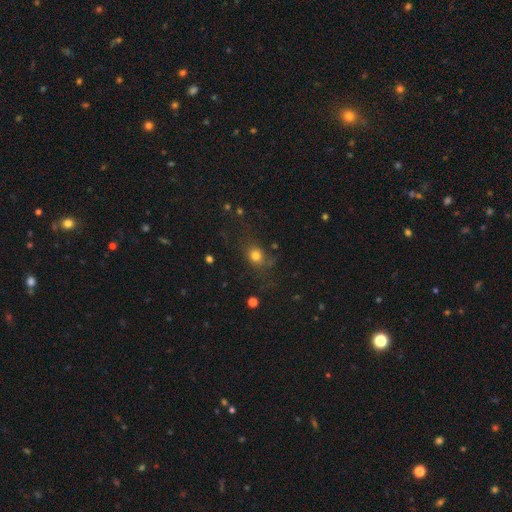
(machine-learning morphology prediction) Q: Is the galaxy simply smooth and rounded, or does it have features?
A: smooth — 74%.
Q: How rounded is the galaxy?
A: round — 68%.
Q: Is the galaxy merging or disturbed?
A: none — 67%.